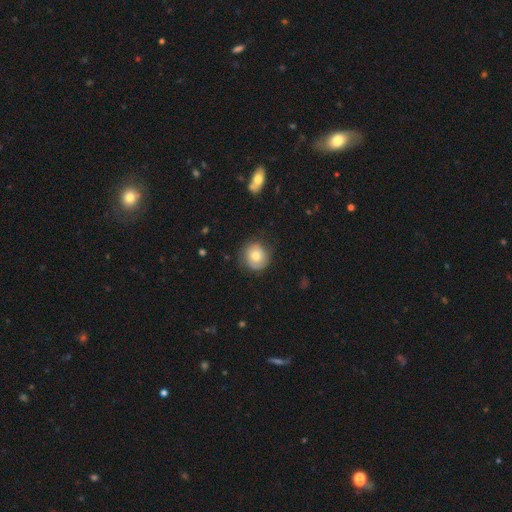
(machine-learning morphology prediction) Smooth or featured: smooth — 68% (featured or disk — 24%)
How rounded: round — 88% (in between — 11%)
Merging: none — 75% (minor disturbance — 18%)